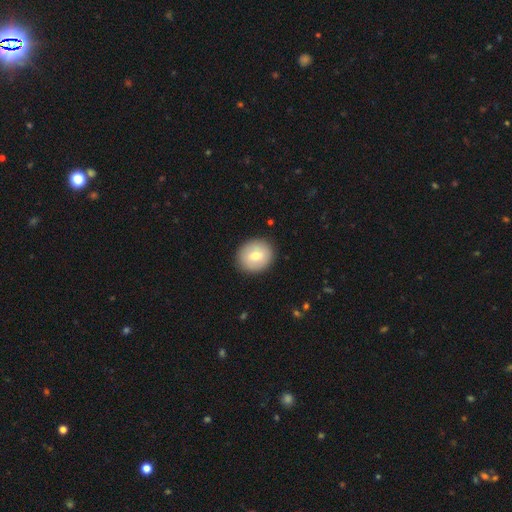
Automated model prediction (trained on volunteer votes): smooth_or_featured: smooth (p=0.67) [alt: featured or disk p=0.25]
how_rounded: round (p=0.81) [alt: in between p=0.18]
merging: none (p=0.90) [alt: minor disturbance p=0.07]